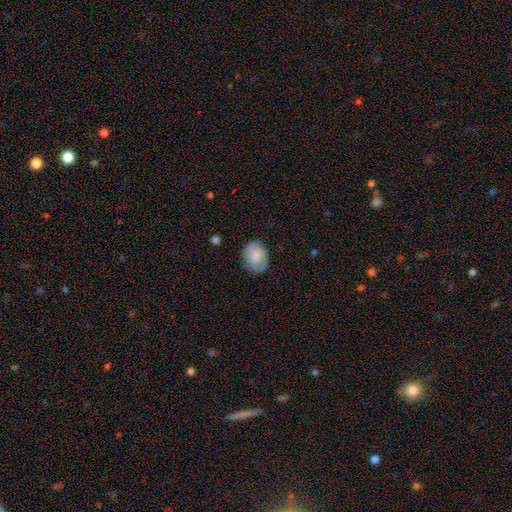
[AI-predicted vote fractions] smooth-or-featured: smooth: 58% | featured or disk: 35% | star or artifact: 7%
  how-rounded: in between: 62% | round: 37% | cigar-shaped: 1%
  merging: none: 75% | minor disturbance: 19% | major disturbance: 5% | merger: 1%